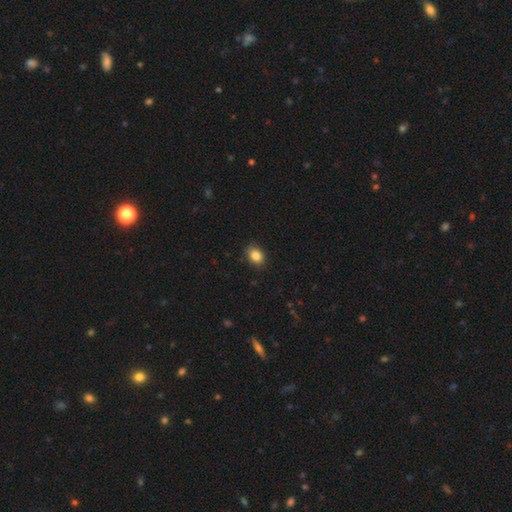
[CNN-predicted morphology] Smooth or featured? Predicted: smooth (p=0.86). How rounded? Predicted: in between (p=0.71). Merging? Predicted: none (p=0.85).